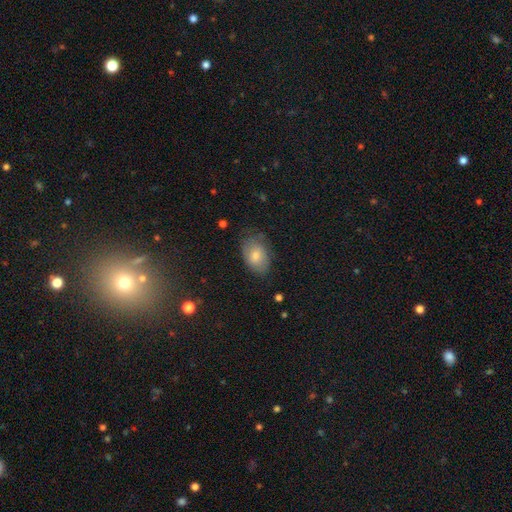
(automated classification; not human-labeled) Q: Smooth or featured?
A: smooth (74%); runner-up: featured or disk (19%)
Q: How rounded?
A: in between (85%); runner-up: round (13%)
Q: Merging?
A: none (63%); runner-up: minor disturbance (26%)